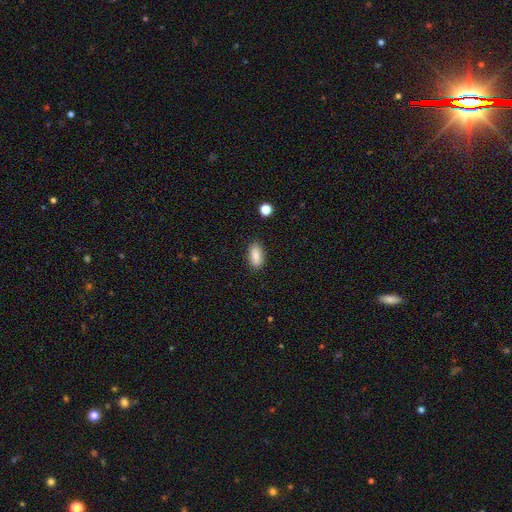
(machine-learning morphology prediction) smooth-or-featured: smooth: 85% | star or artifact: 8% | featured or disk: 8%
  how-rounded: in between: 84% | cigar-shaped: 13% | round: 3%
  merging: none: 84% | minor disturbance: 11% | major disturbance: 3% | merger: 2%